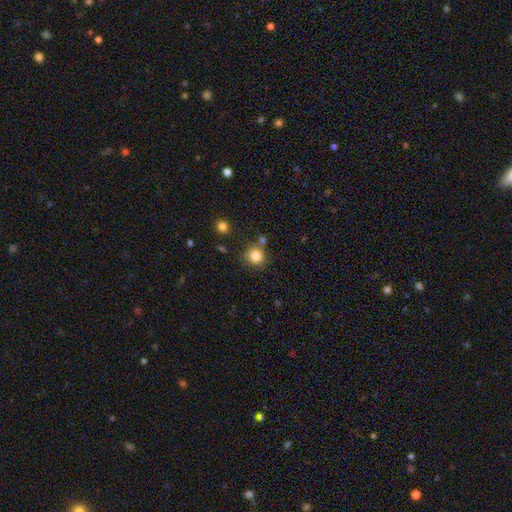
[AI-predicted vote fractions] A smooth galaxy with no disk features (83%) that is round (90%).

Vote fractions:
- Smooth or featured? smooth: 83% / star or artifact: 11% / featured or disk: 6%
- How rounded? round: 90% / in between: 9% / cigar-shaped: 1%
- Merging? none: 75% / minor disturbance: 11% / merger: 10% / major disturbance: 3%